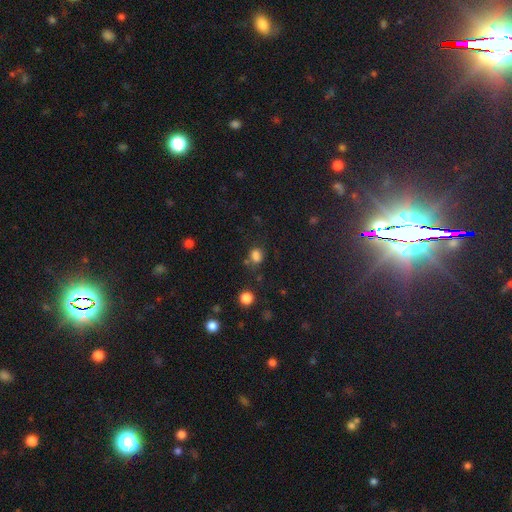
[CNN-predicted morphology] This appears to be a smooth galaxy with no disk features (77%) that is in between round and cigar-shaped (50%). Merging: none (64%).